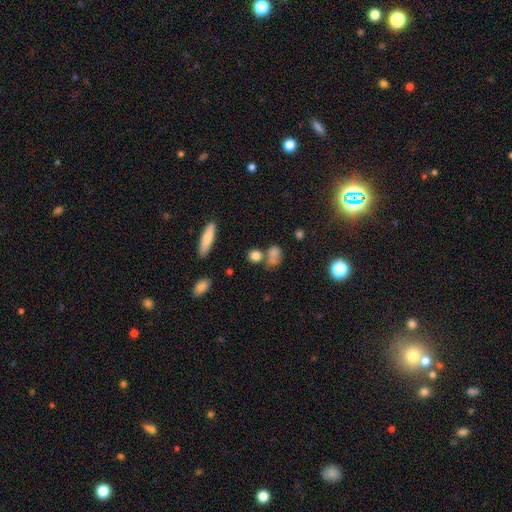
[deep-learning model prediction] Smooth or featured? Predicted: smooth (p=0.79). How rounded? Predicted: round (p=0.69). Merging? Predicted: none (p=0.56).